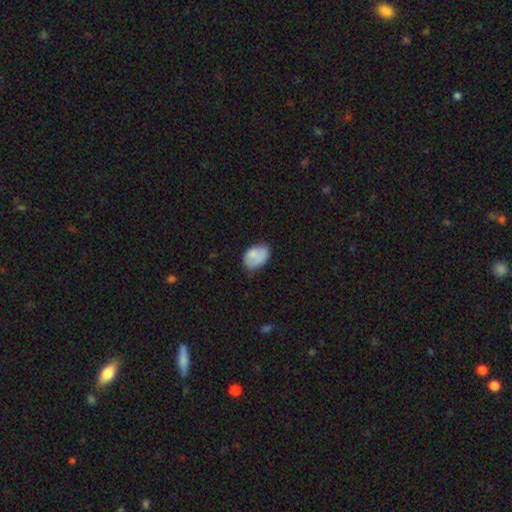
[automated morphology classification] Q: Smooth or featured?
A: smooth (79%); runner-up: featured or disk (14%)
Q: How rounded?
A: in between (83%); runner-up: round (16%)
Q: Merging?
A: none (60%); runner-up: minor disturbance (29%)